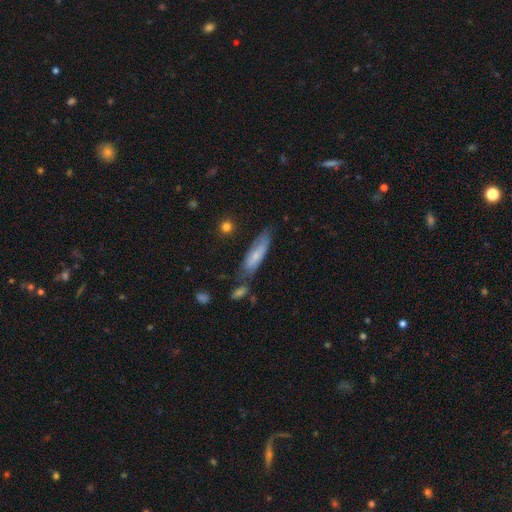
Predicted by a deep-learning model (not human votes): Morphology: type=smooth (62%); roundness=cigar-shaped (66%); merging=none (63%).